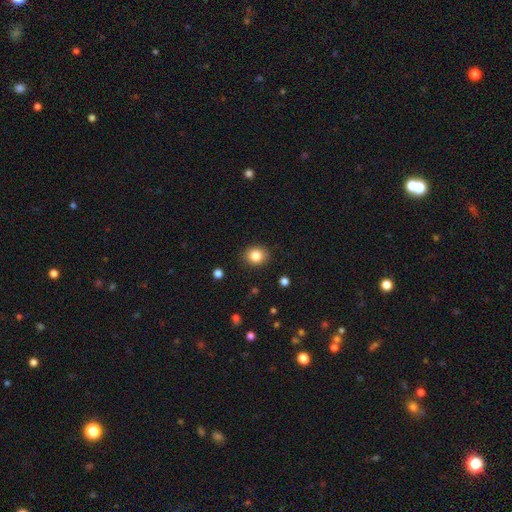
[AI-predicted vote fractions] Smooth or featured? Predicted: smooth (p=0.84). How rounded? Predicted: round (p=0.74). Merging? Predicted: none (p=0.89).